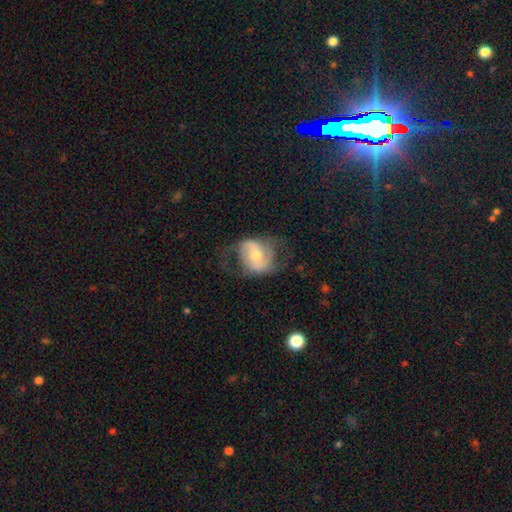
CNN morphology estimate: The model was most divided on "bar": no: 43%, weak: 40%, strong: 18%. More confident: edge-on disk — no (97%); spiral arms — yes (79%); smooth or featured — featured or disk (65%); bulge size — moderate (62%); merging — none (52%).